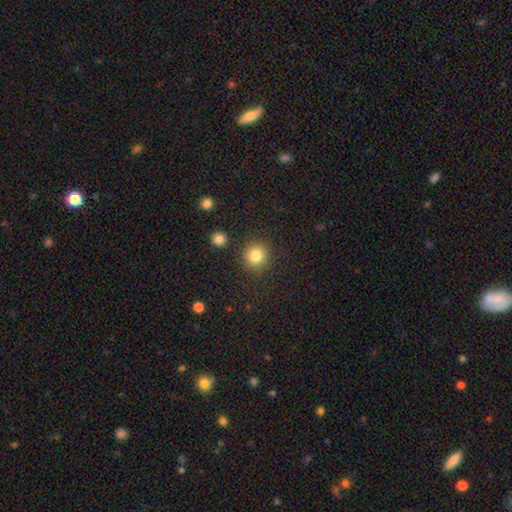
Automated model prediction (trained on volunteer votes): Smooth or featured?
  - smooth: 84% *
  - star or artifact: 11%
  - featured or disk: 6%
How rounded?
  - round: 92% *
  - in between: 7%
  - cigar-shaped: 1%
Merging?
  - none: 88% *
  - minor disturbance: 6%
  - major disturbance: 3%
  - merger: 3%